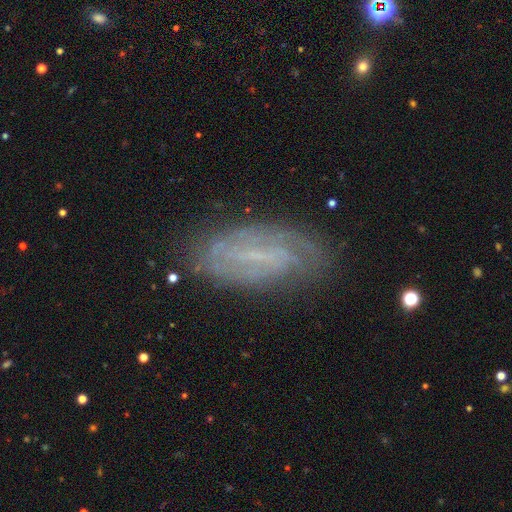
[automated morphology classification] The model was most divided on "spiral arm count": 2: 44%, can't tell: 39%, 3: 6%, 1: 5%, 4: 3%, more than 4: 3%. Remaining: edge-on disk — no (89%); spiral arms — yes (81%); merging — none (77%); smooth or featured — featured or disk (73%); spiral winding — tight (50%); bulge size — small (49%); bar — weak (42%).